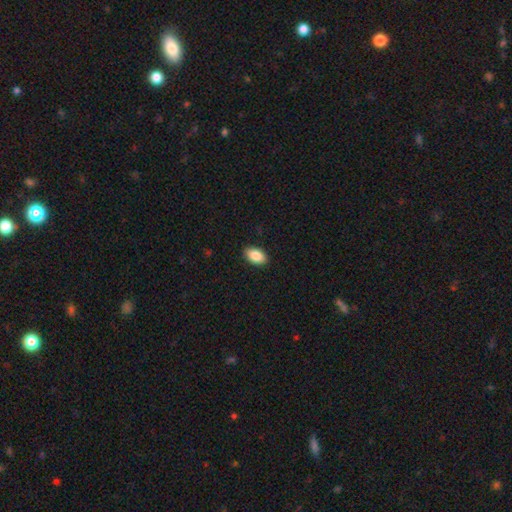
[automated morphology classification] A smooth galaxy with no disk features (88%) that is in between round and cigar-shaped (93%).

Vote fractions:
- Smooth or featured? smooth: 88% / star or artifact: 7% / featured or disk: 5%
- How rounded? in between: 93% / round: 6% / cigar-shaped: 1%
- Merging? none: 90% / minor disturbance: 8% / major disturbance: 2% / merger: 1%